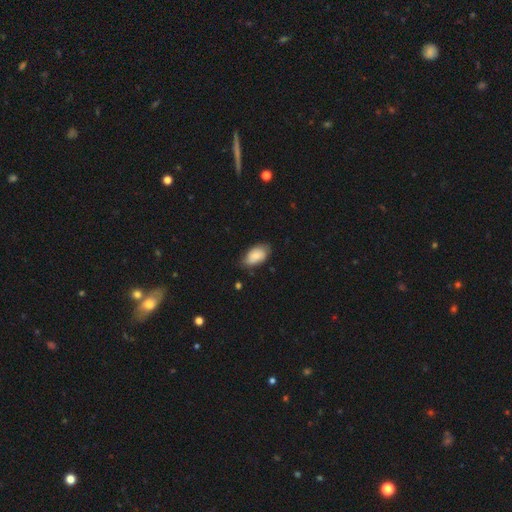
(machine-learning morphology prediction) This is clearly a smooth galaxy (80%). How rounded: clearly in between (93%). Merging: likely none (68%).